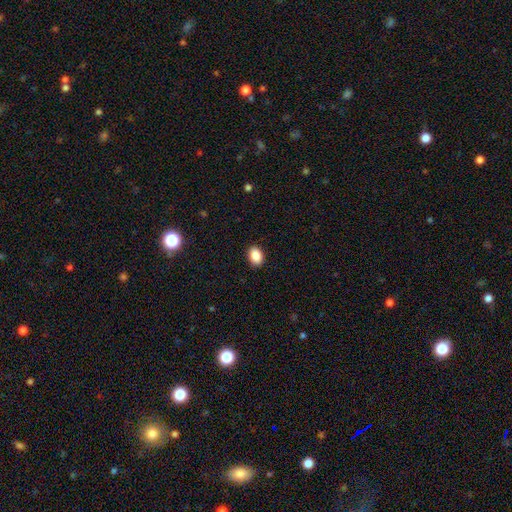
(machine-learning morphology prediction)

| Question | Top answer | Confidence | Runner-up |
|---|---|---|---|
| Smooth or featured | smooth | 88% | star or artifact (8%) |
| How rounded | in between | 82% | round (17%) |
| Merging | none | 90% | minor disturbance (7%) |